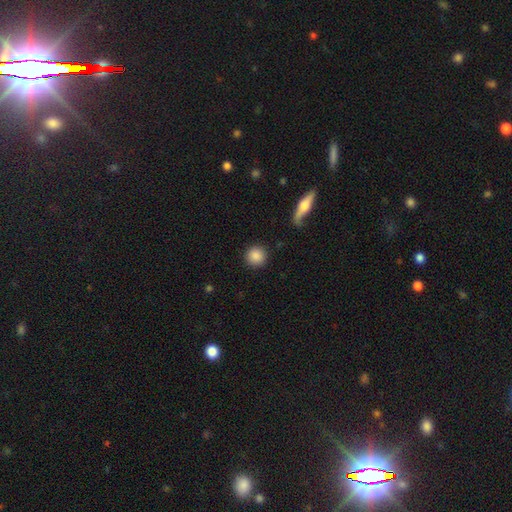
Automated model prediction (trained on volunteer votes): smooth 87%, star or artifact 9%, featured or disk 4%. Down the decision tree: how rounded — round (94%); merging — none (90%).